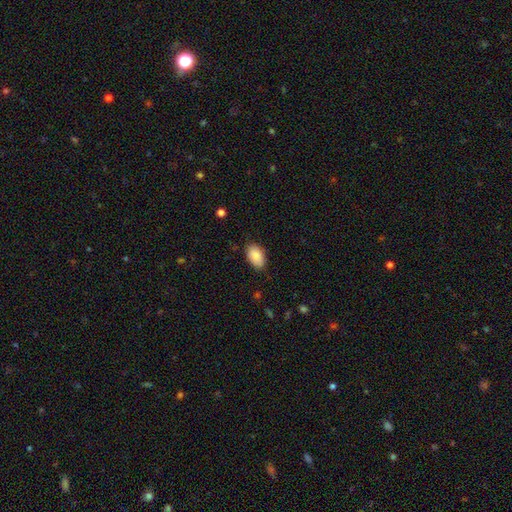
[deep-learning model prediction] smooth 88%, star or artifact 7%, featured or disk 6%. Down the decision tree: how rounded — in between (93%); merging — none (81%).